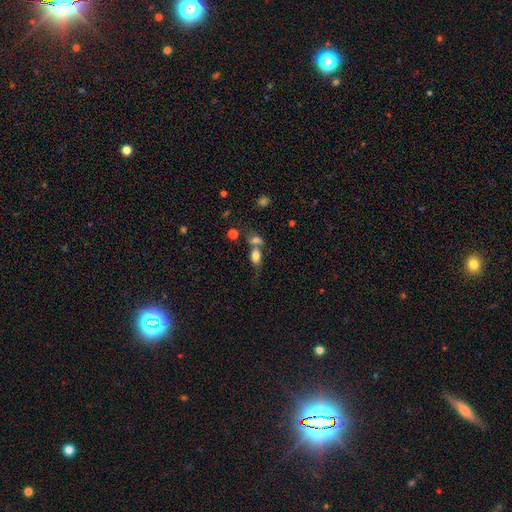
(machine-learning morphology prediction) A smooth galaxy with no disk features (76%) that is in between round and cigar-shaped (82%).

Vote fractions:
- Smooth or featured? smooth: 76% / featured or disk: 13% / star or artifact: 11%
- How rounded? in between: 82% / round: 14% / cigar-shaped: 4%
- Merging? merger: 46% / none: 31% / minor disturbance: 13% / major disturbance: 9%